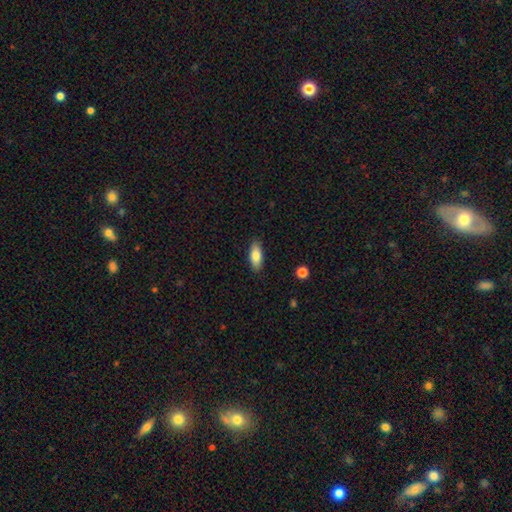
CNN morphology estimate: smooth 81%, featured or disk 12%, star or artifact 7%. Down the decision tree: how rounded — in between (79%); merging — none (88%).